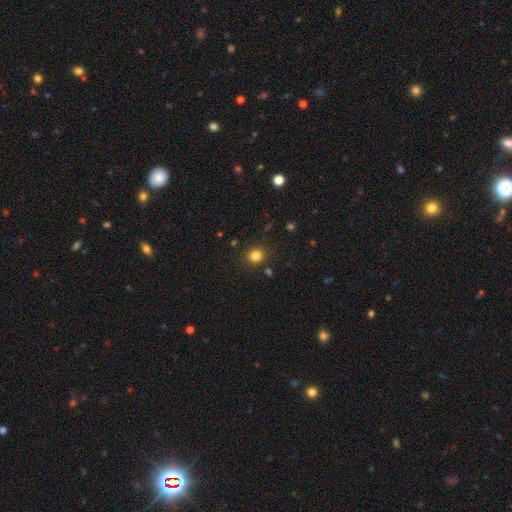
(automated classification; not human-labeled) This appears to be a smooth galaxy with no disk features (81%) that is round (85%). Merging: none (87%).